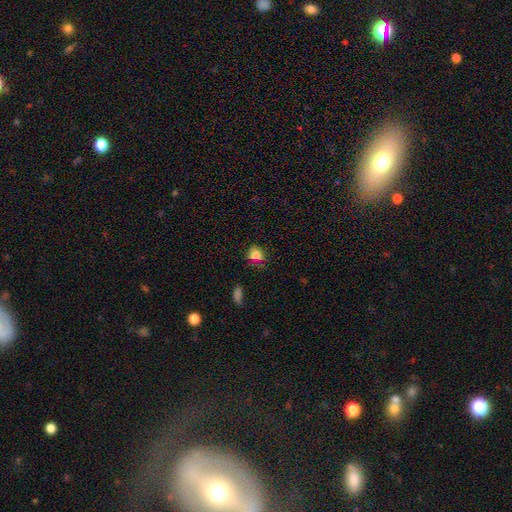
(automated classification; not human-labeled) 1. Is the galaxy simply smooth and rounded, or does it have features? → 78% smooth, 15% star or artifact, 8% featured or disk.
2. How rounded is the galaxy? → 56% round, 42% in between, 2% cigar-shaped.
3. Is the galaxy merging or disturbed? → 70% none, 20% minor disturbance, 6% major disturbance, 3% merger.